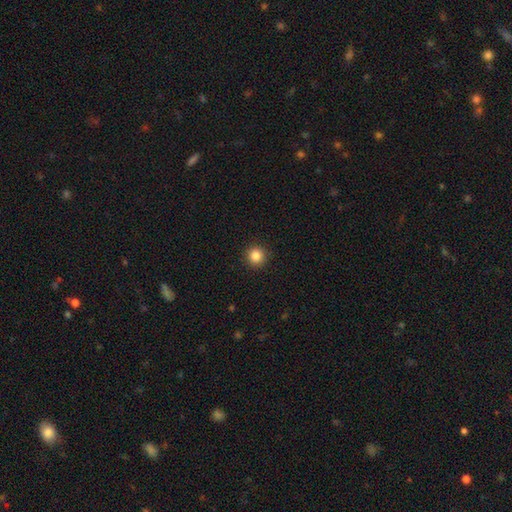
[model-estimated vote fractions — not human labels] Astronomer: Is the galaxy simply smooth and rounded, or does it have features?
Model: smooth — 85%.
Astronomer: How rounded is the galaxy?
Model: round — 95%.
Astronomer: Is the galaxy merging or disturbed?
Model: none — 93%.